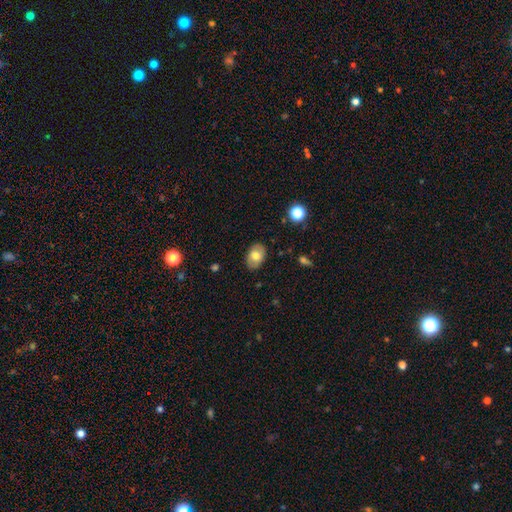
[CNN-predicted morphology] This appears to be a smooth galaxy with no disk features (70%) that is in between round and cigar-shaped (83%). Merging: none (86%).